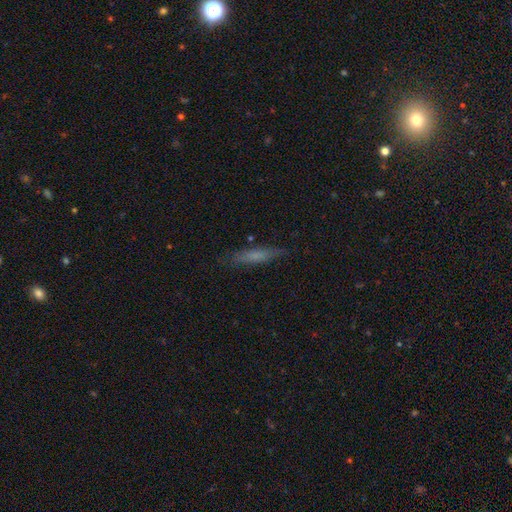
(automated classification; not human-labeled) smooth 58%, featured or disk 32%, star or artifact 9%. Down the decision tree: how rounded — cigar-shaped (86%); merging — none (81%).